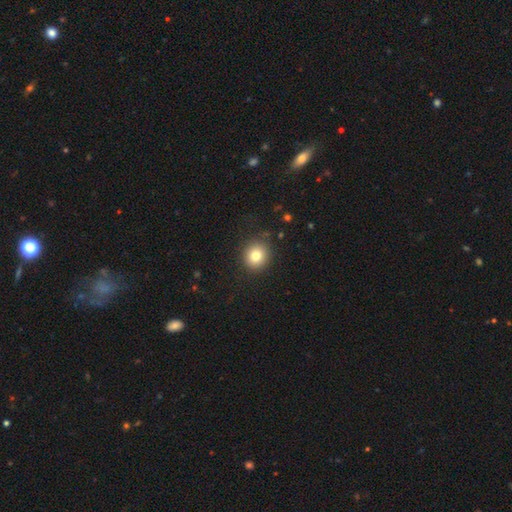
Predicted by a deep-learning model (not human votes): A smooth galaxy with no disk features (80%) that is round (83%). Merging: none (88%).